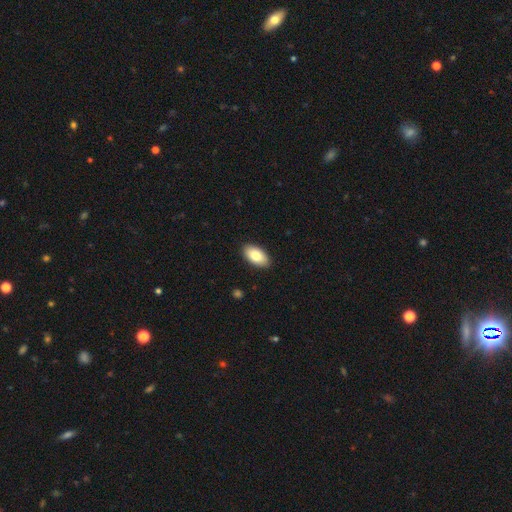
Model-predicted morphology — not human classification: Smooth or featured? Predicted: smooth (p=0.82). How rounded? Predicted: in between (p=0.95). Merging? Predicted: none (p=0.90).